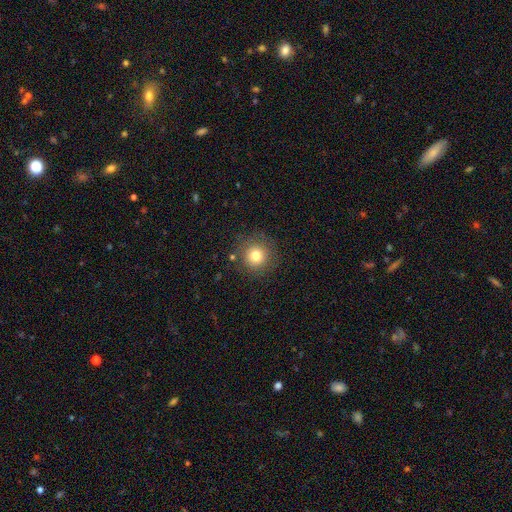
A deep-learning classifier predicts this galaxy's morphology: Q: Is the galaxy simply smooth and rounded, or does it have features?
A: smooth — 78%.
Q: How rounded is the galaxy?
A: round — 95%.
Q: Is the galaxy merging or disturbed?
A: none — 86%.